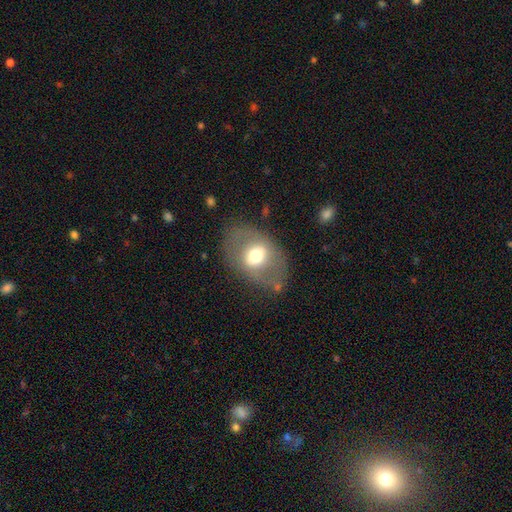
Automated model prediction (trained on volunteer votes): Morphology: type=smooth (50%); merging=none (73%).